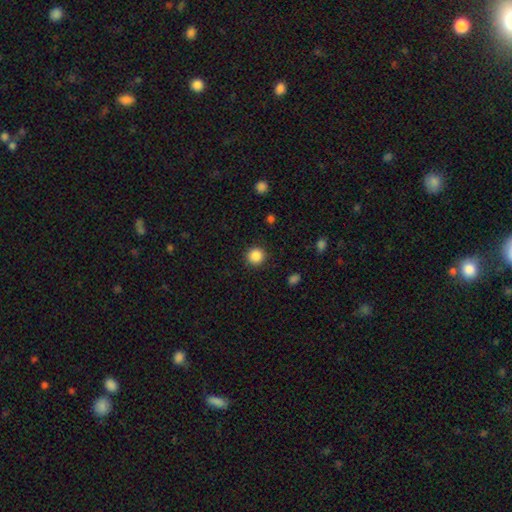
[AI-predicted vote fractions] Smooth or featured: smooth — 87% (star or artifact — 10%)
How rounded: round — 94% (in between — 5%)
Merging: none — 91% (minor disturbance — 6%)